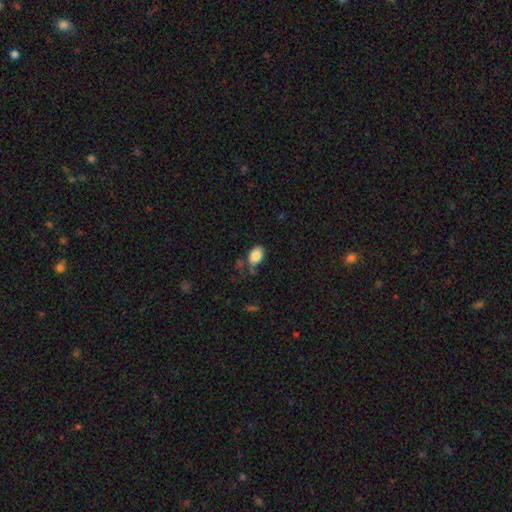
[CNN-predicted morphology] A smooth galaxy with no disk features (86%) that is in between round and cigar-shaped (89%).

Vote fractions:
- Smooth or featured? smooth: 86% / star or artifact: 8% / featured or disk: 6%
- How rounded? in between: 89% / round: 10% / cigar-shaped: 1%
- Merging? none: 62% / minor disturbance: 23% / merger: 8% / major disturbance: 7%